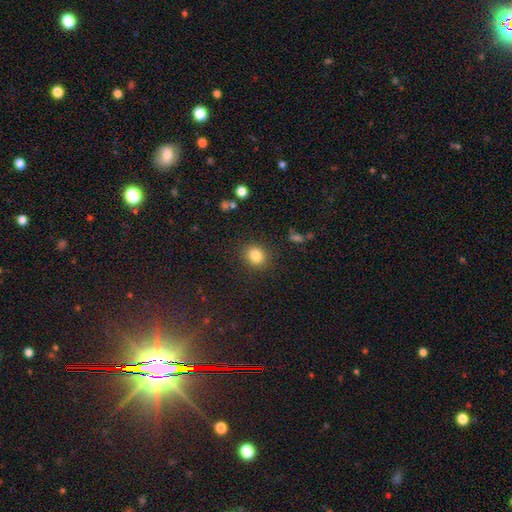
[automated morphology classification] smooth-or-featured: smooth: 84% | star or artifact: 11% | featured or disk: 6%
  how-rounded: round: 72% | in between: 28% | cigar-shaped: 1%
  merging: none: 87% | minor disturbance: 8% | major disturbance: 3% | merger: 2%